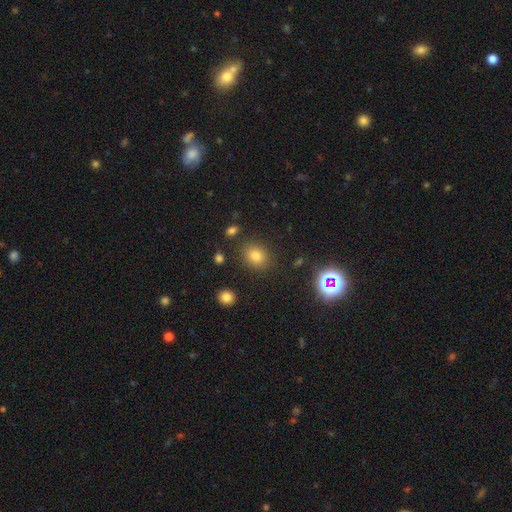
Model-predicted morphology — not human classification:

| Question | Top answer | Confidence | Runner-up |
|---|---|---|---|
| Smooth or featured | smooth | 75% | star or artifact (18%) |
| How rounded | round | 51% | in between (48%) |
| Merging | none | 85% | minor disturbance (8%) |